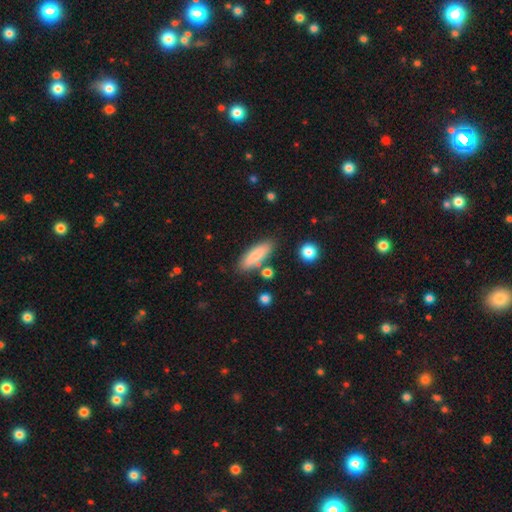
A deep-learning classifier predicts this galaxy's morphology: Q: Smooth or featured?
A: smooth (80%); runner-up: featured or disk (13%)
Q: How rounded?
A: in between (49%); runner-up: cigar-shaped (48%)
Q: Merging?
A: none (78%); runner-up: minor disturbance (12%)